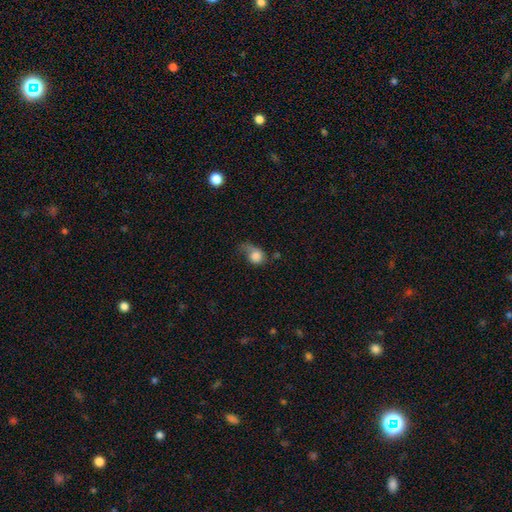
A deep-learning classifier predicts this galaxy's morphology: type=smooth (76%); roundness=round (61%); merging=major disturbance (45%).